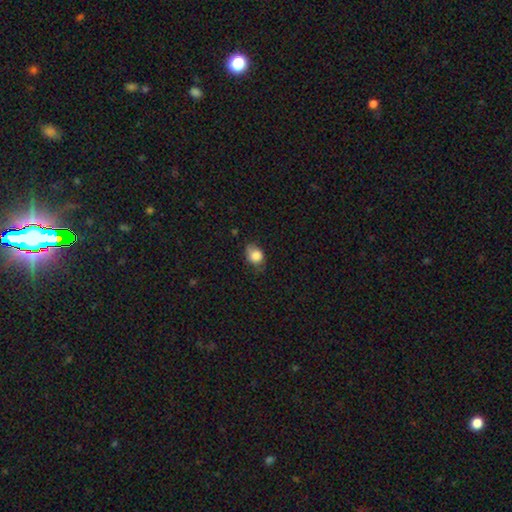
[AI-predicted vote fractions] Q: Smooth or featured?
A: smooth (82%); runner-up: featured or disk (9%)
Q: How rounded?
A: in between (53%); runner-up: round (46%)
Q: Merging?
A: none (56%); runner-up: minor disturbance (34%)